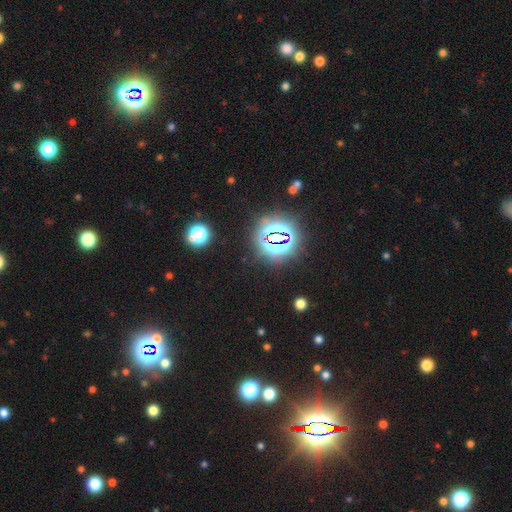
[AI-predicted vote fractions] Smooth or featured: star or artifact — 81% (smooth — 12%)